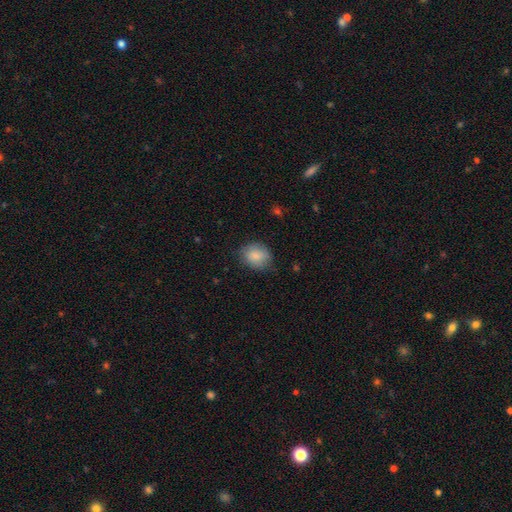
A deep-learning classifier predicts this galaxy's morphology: Smooth or featured?
  - smooth: 85% *
  - featured or disk: 8%
  - star or artifact: 7%
How rounded?
  - round: 57% *
  - in between: 42%
  - cigar-shaped: 1%
Merging?
  - none: 71% *
  - minor disturbance: 23%
  - major disturbance: 5%
  - merger: 1%